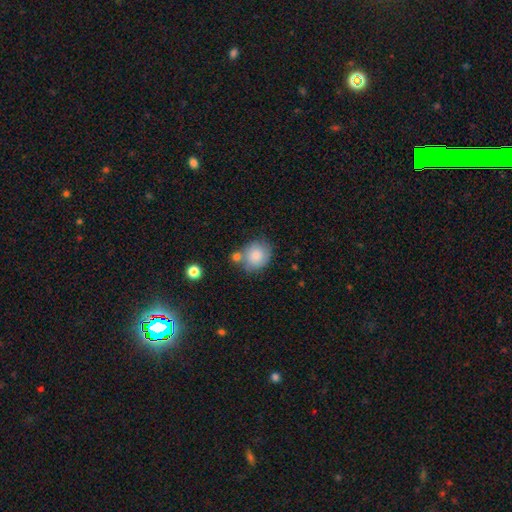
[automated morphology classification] Smooth or featured: smooth — 84% (featured or disk — 9%)
How rounded: round — 70% (in between — 29%)
Merging: none — 56% (merger — 21%)